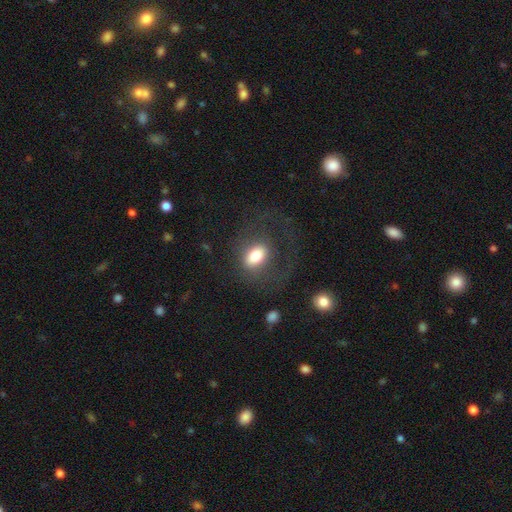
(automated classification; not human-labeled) Morphology: type=smooth (70%); roundness=in between (78%); merging=none (54%).